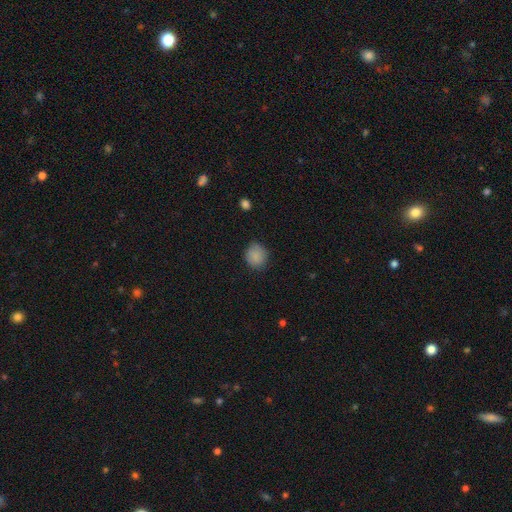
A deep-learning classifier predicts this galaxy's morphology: type=smooth (86%); roundness=round (85%); merging=none (82%).